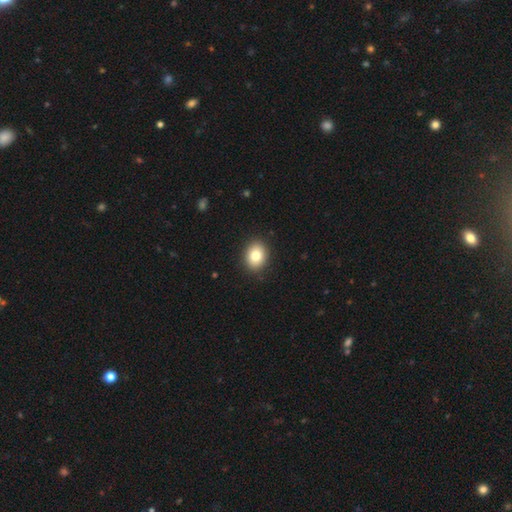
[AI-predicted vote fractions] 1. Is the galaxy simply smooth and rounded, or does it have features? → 82% smooth, 9% featured or disk, 9% star or artifact.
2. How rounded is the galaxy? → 53% in between, 46% round, 1% cigar-shaped.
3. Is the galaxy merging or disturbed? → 90% none, 7% minor disturbance, 2% major disturbance, 1% merger.